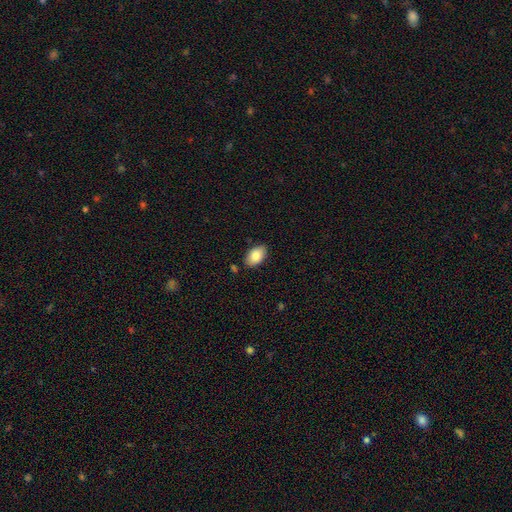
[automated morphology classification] smooth-or-featured: smooth: 84% | featured or disk: 10% | star or artifact: 7%
  how-rounded: in between: 91% | round: 8% | cigar-shaped: 1%
  merging: none: 84% | minor disturbance: 11% | merger: 3% | major disturbance: 2%